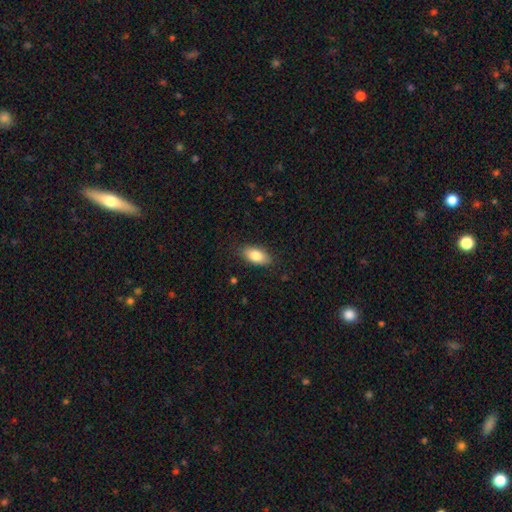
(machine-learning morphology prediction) This appears to be a smooth galaxy with no disk features (82%) that is in between round and cigar-shaped (90%). Merging: none (86%).